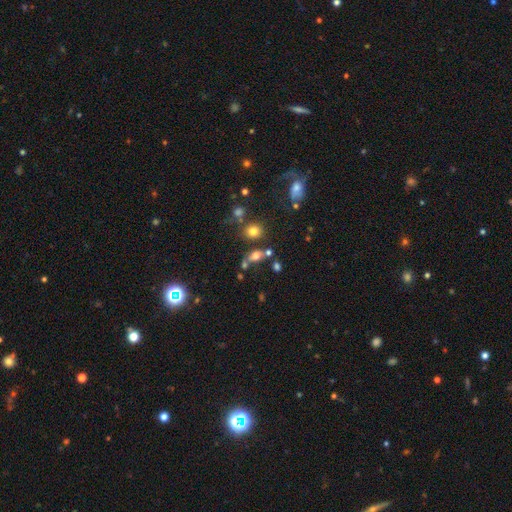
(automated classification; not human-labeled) Smooth or featured? smooth (68%)
How rounded? in between (68%)
Merging? none (55%)